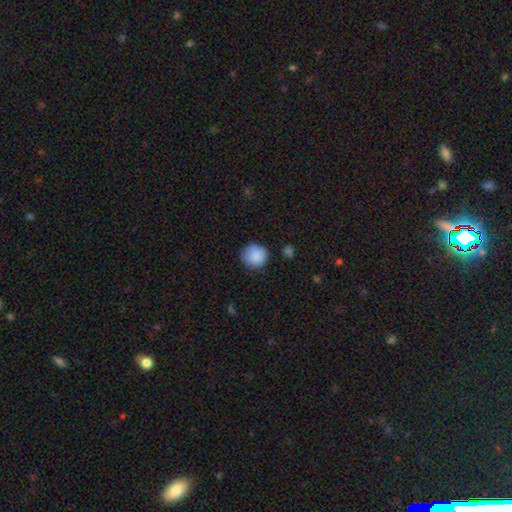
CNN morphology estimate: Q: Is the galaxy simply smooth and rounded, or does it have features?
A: smooth — 87%.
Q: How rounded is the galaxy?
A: round — 92%.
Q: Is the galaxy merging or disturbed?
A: none — 80%.